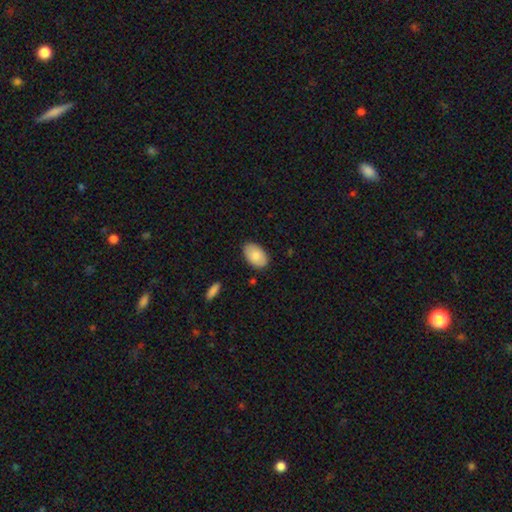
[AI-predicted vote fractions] smooth_or_featured: smooth (p=0.82) [alt: featured or disk p=0.12]
how_rounded: in between (p=0.93) [alt: round p=0.06]
merging: none (p=0.86) [alt: minor disturbance p=0.11]